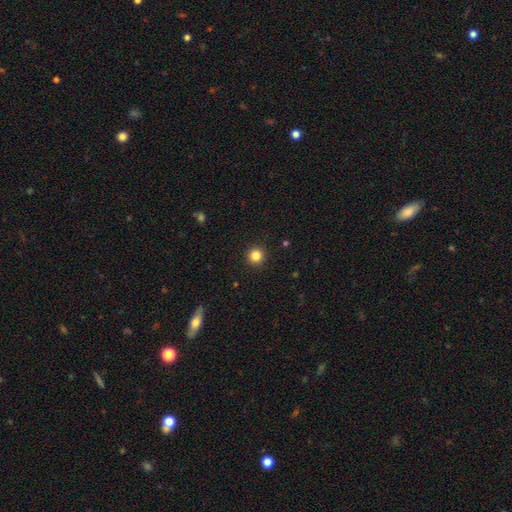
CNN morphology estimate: A smooth galaxy with no disk features (84%) that is round (95%). Merging: none (93%).